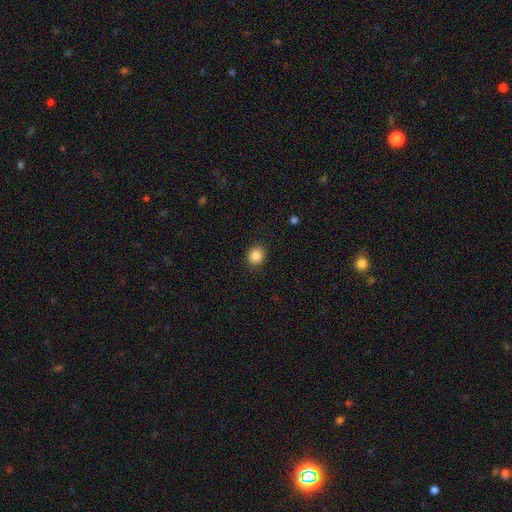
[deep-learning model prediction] Overall: smooth (87%). How rounded: round (78%). Merging: none (89%).